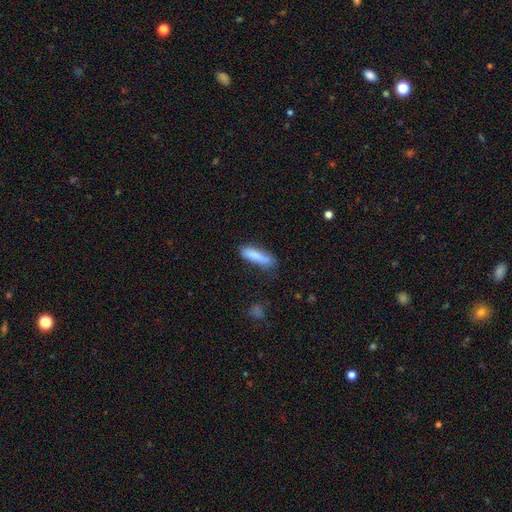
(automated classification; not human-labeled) Q: Smooth or featured?
A: smooth (83%); runner-up: featured or disk (11%)
Q: How rounded?
A: cigar-shaped (68%); runner-up: in between (30%)
Q: Merging?
A: none (64%); runner-up: minor disturbance (24%)